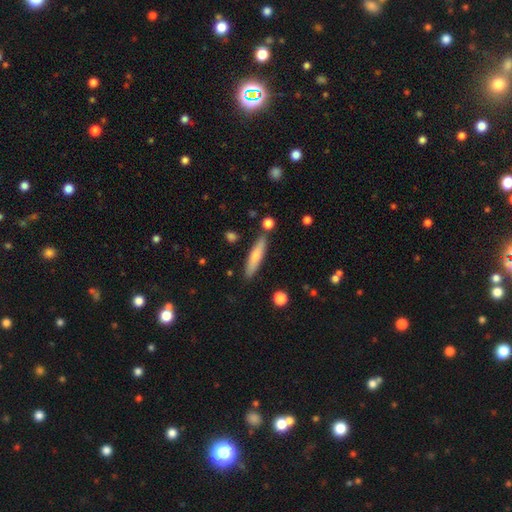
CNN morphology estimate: Smooth or featured? Predicted: smooth (p=0.68). How rounded? Predicted: cigar-shaped (p=0.83). Merging? Predicted: none (p=0.82).